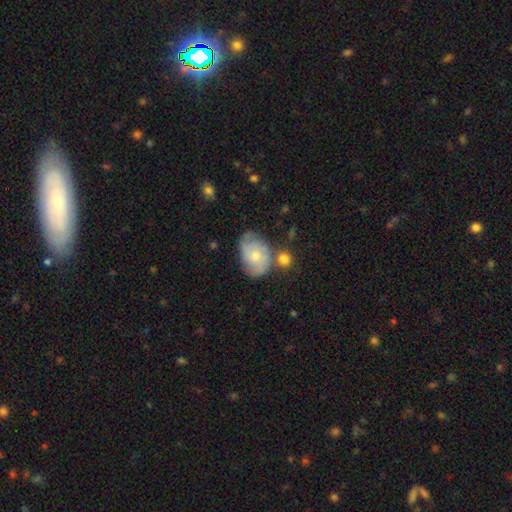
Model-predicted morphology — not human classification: A smooth galaxy with no disk features (48%).

Vote fractions:
- Smooth or featured? smooth: 48% / featured or disk: 45% / star or artifact: 7%
- Merging? none: 50% / minor disturbance: 26% / merger: 15% / major disturbance: 9%